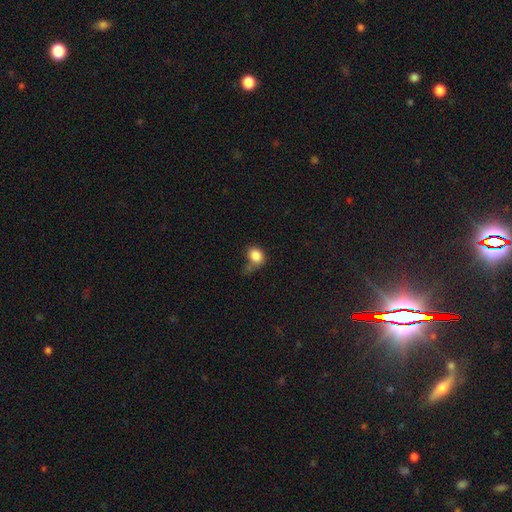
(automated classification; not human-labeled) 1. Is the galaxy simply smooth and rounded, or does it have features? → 84% smooth, 9% star or artifact, 6% featured or disk.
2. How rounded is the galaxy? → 50% in between, 49% round, 1% cigar-shaped.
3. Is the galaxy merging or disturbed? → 38% none, 30% minor disturbance, 20% major disturbance, 13% merger.